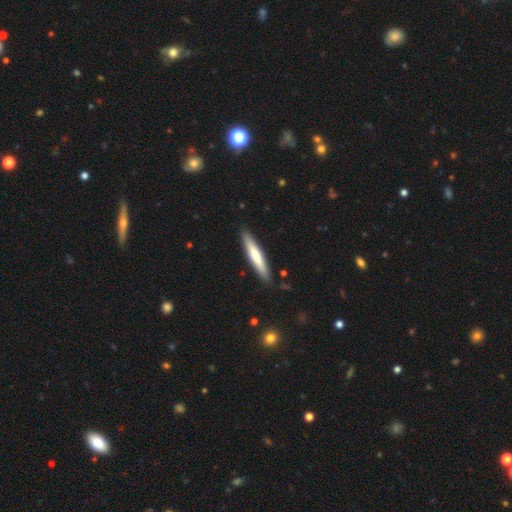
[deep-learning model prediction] Q: Smooth or featured?
A: smooth (65%); runner-up: featured or disk (31%)
Q: How rounded?
A: cigar-shaped (90%); runner-up: in between (9%)
Q: Merging?
A: none (89%); runner-up: minor disturbance (8%)